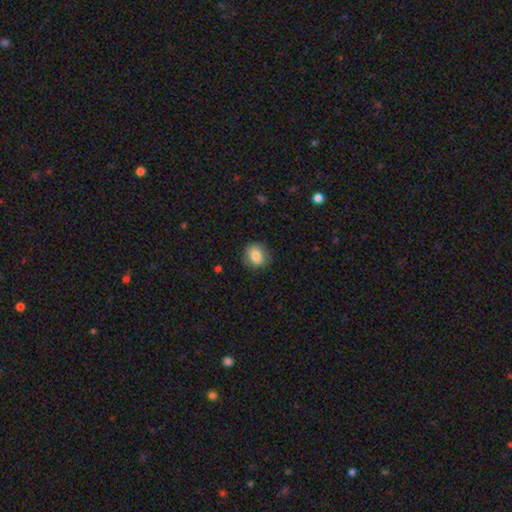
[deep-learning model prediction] The model was most divided on "how rounded": round: 77%, in between: 22%, cigar-shaped: 1%. More confident: merging — none (84%); smooth or featured — smooth (84%).